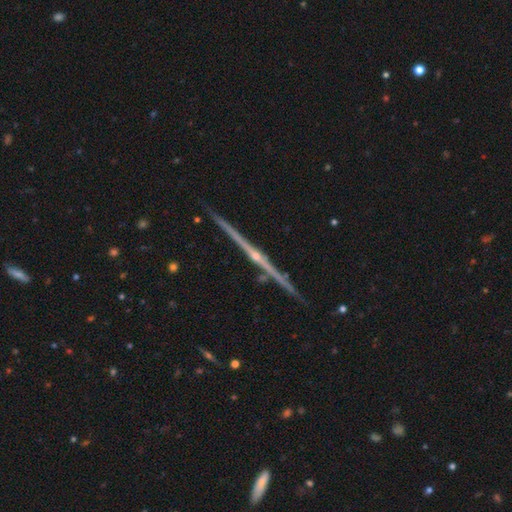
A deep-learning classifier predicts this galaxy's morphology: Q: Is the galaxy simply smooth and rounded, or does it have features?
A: featured or disk — 86%.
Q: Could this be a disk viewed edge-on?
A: yes — 98%.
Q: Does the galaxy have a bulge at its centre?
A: rounded — 68%.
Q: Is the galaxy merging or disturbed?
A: none — 91%.